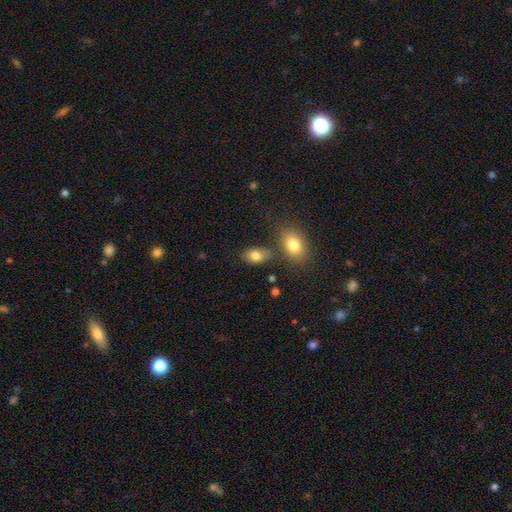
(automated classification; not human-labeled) Smooth or featured?
  - smooth: 81% *
  - star or artifact: 10%
  - featured or disk: 9%
How rounded?
  - in between: 86% *
  - round: 13%
  - cigar-shaped: 2%
Merging?
  - none: 68% *
  - minor disturbance: 15%
  - merger: 13%
  - major disturbance: 4%